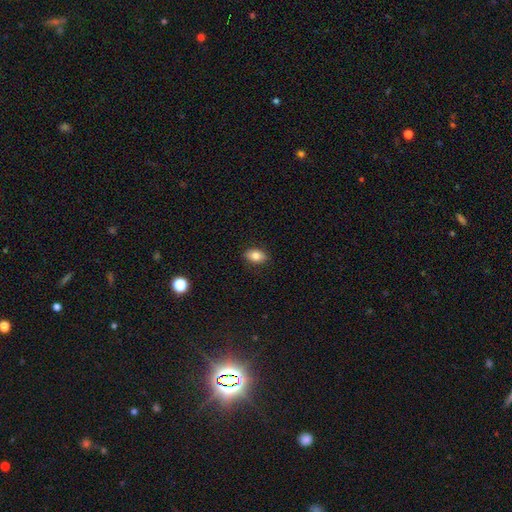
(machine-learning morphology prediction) The model was most divided on "smooth or featured": smooth: 82%, featured or disk: 9%, star or artifact: 8%. More confident: merging — none (88%); how rounded — in between (87%).